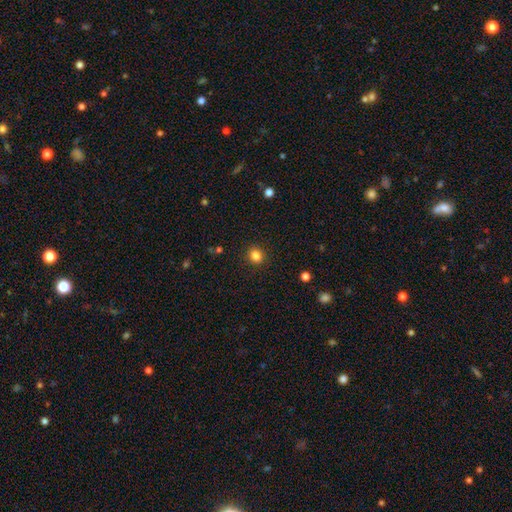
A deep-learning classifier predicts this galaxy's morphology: The model was most divided on "how rounded": round: 75%, in between: 24%, cigar-shaped: 1%. More confident: merging — none (90%); smooth or featured — smooth (84%).